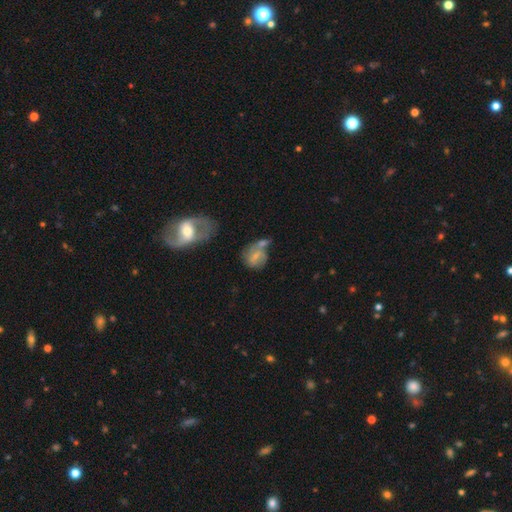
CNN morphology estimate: smooth_or_featured: featured or disk (p=0.48) [alt: smooth p=0.44]
merging: merger (p=0.37) [alt: none p=0.33]